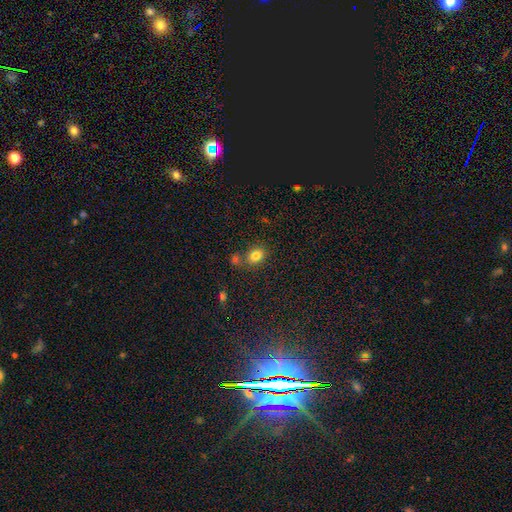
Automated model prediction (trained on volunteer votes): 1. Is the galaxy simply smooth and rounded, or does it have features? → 81% smooth, 11% star or artifact, 8% featured or disk.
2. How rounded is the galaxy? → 64% in between, 35% round, 1% cigar-shaped.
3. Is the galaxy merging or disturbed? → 64% none, 20% merger, 12% minor disturbance, 4% major disturbance.